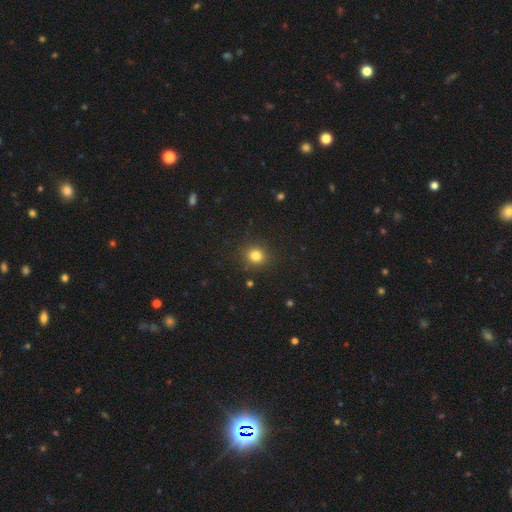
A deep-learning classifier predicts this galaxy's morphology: Smooth or featured? smooth (82%)
How rounded? round (83%)
Merging? none (88%)